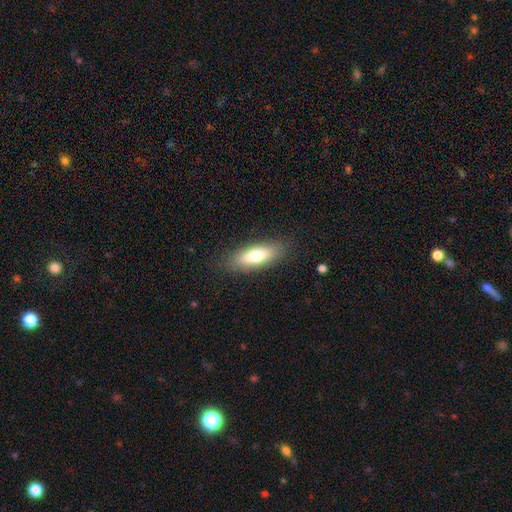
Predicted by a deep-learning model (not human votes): This is likely a smooth galaxy (72%). How rounded: likely in between (64%). Merging: clearly none (85%).